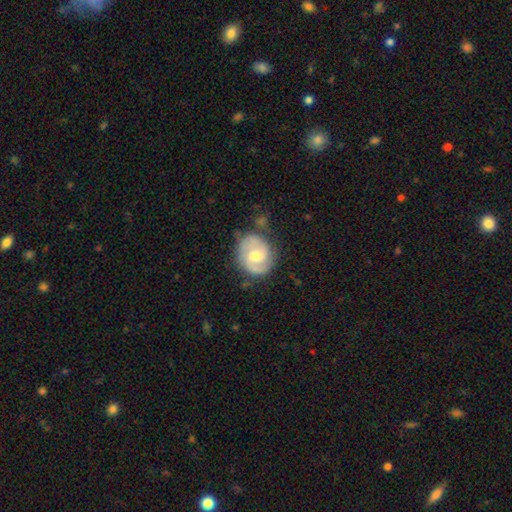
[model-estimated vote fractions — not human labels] smooth-or-featured: featured or disk: 77% | smooth: 18% | star or artifact: 5%
  disk-edge-on: no: 98% | yes: 2%
    bar: weak: 54% | no: 36% | strong: 11%
    has-spiral-arms: yes: 94% | no: 6%
      spiral-winding: medium: 49% | tight: 35% | loose: 17%
      spiral-arm-count: 2: 83% | can't tell: 8% | 3: 4% | 1: 3% | 4: 1% | more than 4: 1%
    bulge-size: moderate: 61% | small: 32% | large: 4% | none: 2% | dominant: 1%
  merging: none: 71% | minor disturbance: 19% | major disturbance: 7% | merger: 3%